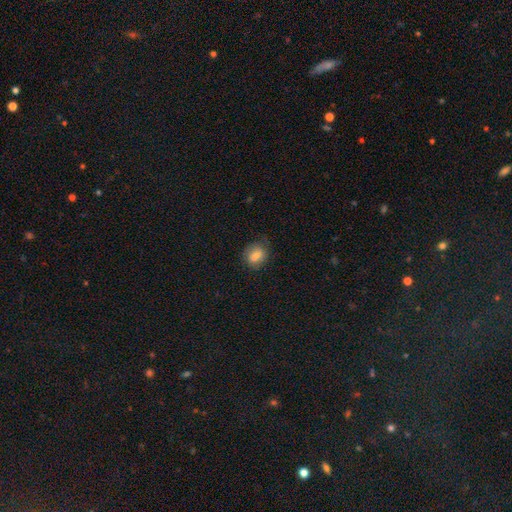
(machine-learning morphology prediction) smooth-or-featured: smooth: 79% | featured or disk: 12% | star or artifact: 9%
  how-rounded: in between: 53% | round: 45% | cigar-shaped: 2%
  merging: none: 66% | minor disturbance: 23% | major disturbance: 7% | merger: 3%